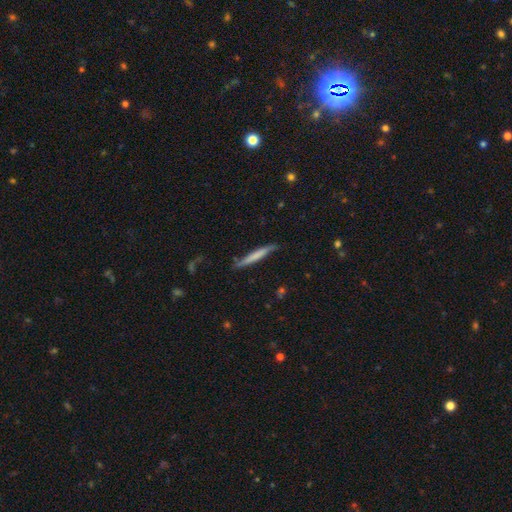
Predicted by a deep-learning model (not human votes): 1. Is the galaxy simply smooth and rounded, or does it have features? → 60% smooth, 34% featured or disk, 5% star or artifact.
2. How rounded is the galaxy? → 95% cigar-shaped, 3% in between, 1% round.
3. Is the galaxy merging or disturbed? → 79% none, 17% minor disturbance, 3% major disturbance, 2% merger.